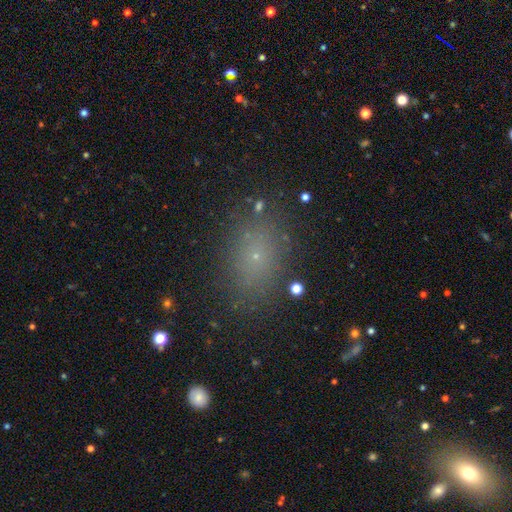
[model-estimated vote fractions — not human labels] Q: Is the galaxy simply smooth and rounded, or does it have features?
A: smooth — 62%.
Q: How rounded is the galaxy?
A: in between — 74%.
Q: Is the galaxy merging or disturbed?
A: none — 85%.